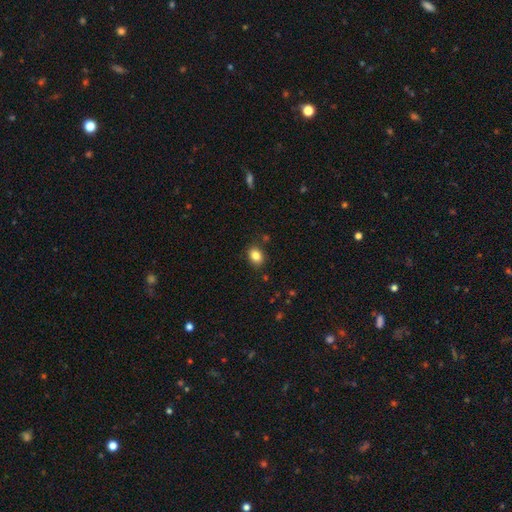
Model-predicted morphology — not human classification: A smooth galaxy with no disk features (85%) that is in between round and cigar-shaped (59%). Merging: none (85%).